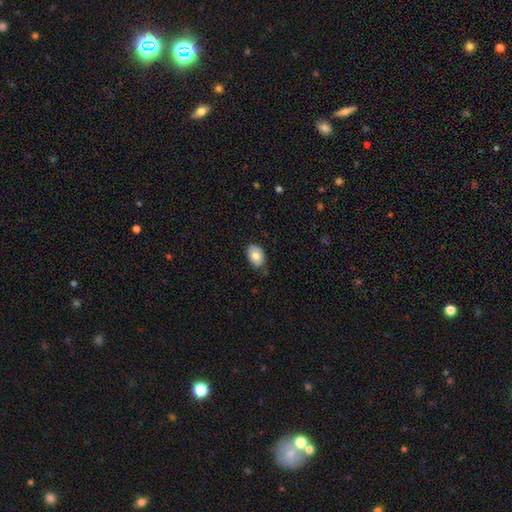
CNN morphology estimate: A smooth galaxy with no disk features (75%) that is in between round and cigar-shaped (83%).

Vote fractions:
- Smooth or featured? smooth: 75% / featured or disk: 17% / star or artifact: 7%
- How rounded? in between: 83% / round: 15% / cigar-shaped: 1%
- Merging? none: 79% / minor disturbance: 17% / major disturbance: 3% / merger: 1%